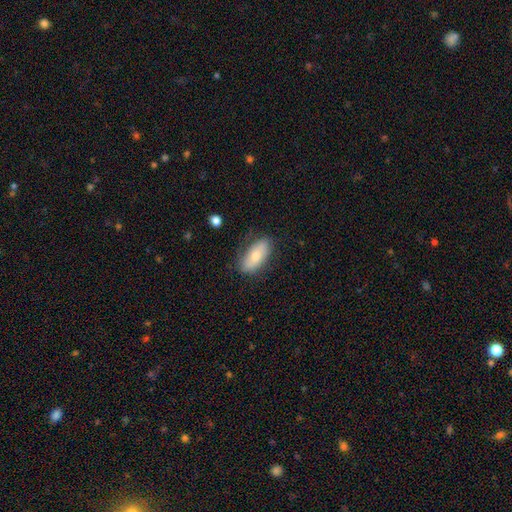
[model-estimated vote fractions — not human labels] This appears to be a smooth galaxy with no disk features (68%) that is in between round and cigar-shaped (88%). Merging: none (77%).